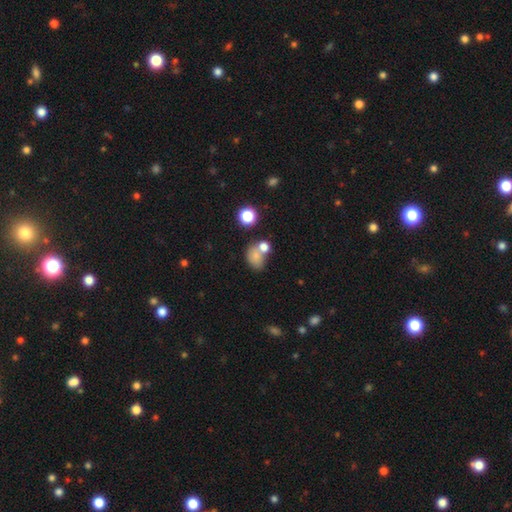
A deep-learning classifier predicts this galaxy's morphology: A smooth galaxy with no disk features (76%) that is in between round and cigar-shaped (58%).

Vote fractions:
- Smooth or featured? smooth: 76% / star or artifact: 13% / featured or disk: 12%
- How rounded? in between: 58% / round: 40% / cigar-shaped: 1%
- Merging? merger: 41% / none: 39% / minor disturbance: 13% / major disturbance: 8%